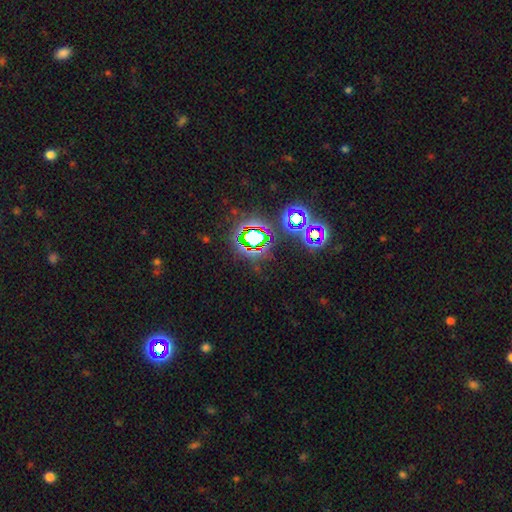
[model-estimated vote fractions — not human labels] This appears to be a star or artifact, not a galaxy (75%).